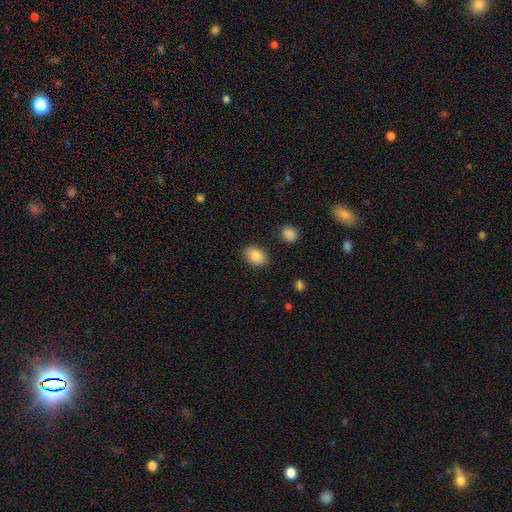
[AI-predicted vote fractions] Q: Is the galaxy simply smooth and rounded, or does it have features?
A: smooth — 86%.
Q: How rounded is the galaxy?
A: in between — 83%.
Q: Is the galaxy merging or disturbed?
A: none — 86%.